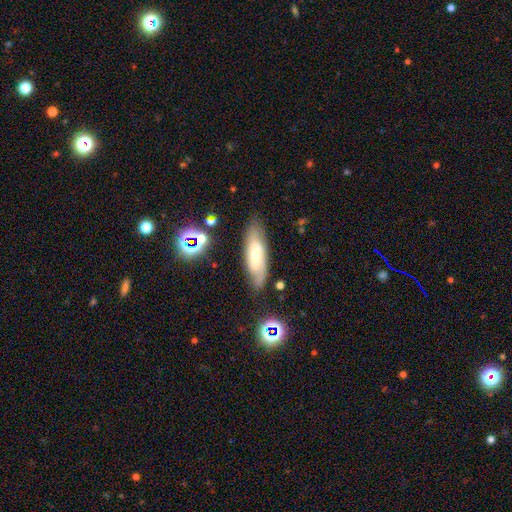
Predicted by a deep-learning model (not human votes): Overall: featured or disk (47%; smooth 44%). Merging: none (76%).